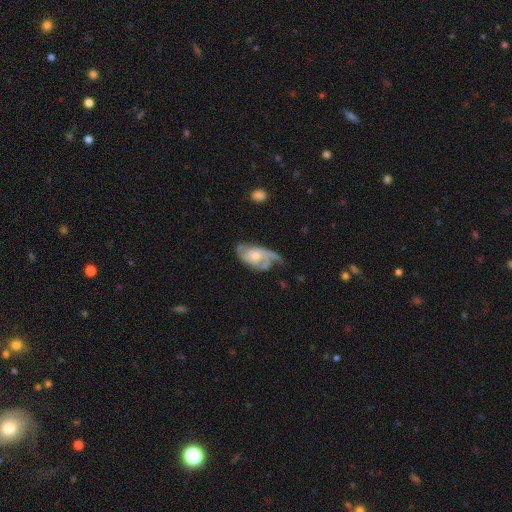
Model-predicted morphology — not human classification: smooth_or_featured: featured or disk (p=0.76) [alt: smooth p=0.19]
disk_edge_on: no (p=0.95) [alt: yes p=0.05]
bar: no (p=0.72) [alt: weak p=0.24]
has_spiral_arms: yes (p=0.90) [alt: no p=0.10]
spiral_winding: medium (p=0.42) [alt: loose p=0.32]
spiral_arm_count: 2 (p=0.49) [alt: can't tell p=0.16]
bulge_size: moderate (p=0.51) [alt: small p=0.40]
merging: none (p=0.41) [alt: minor disturbance p=0.28]